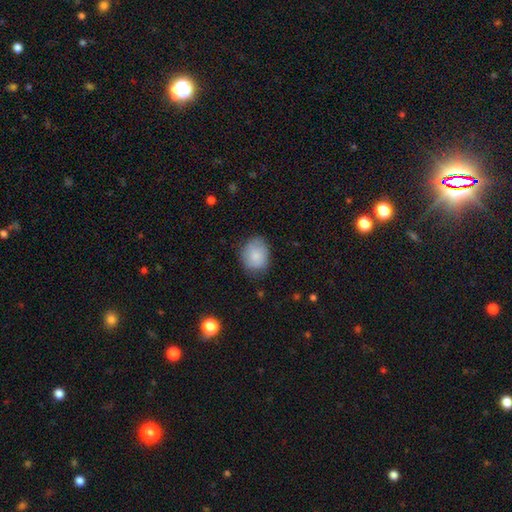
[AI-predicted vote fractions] Smooth or featured: smooth — 82% (featured or disk — 11%)
How rounded: round — 51% (in between — 48%)
Merging: none — 73% (minor disturbance — 21%)